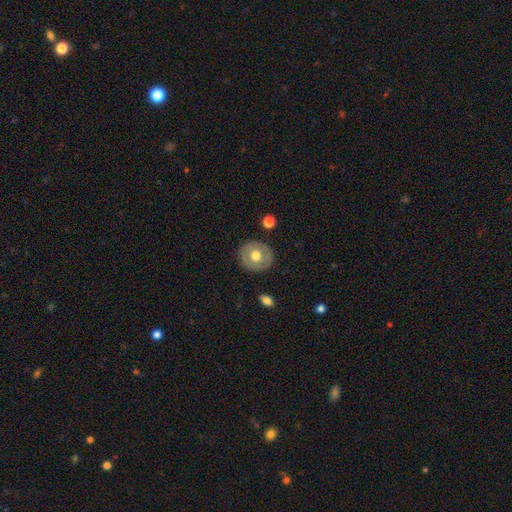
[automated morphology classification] smooth_or_featured: smooth (p=0.55) [alt: featured or disk p=0.39]
how_rounded: round (p=0.85) [alt: in between p=0.14]
merging: none (p=0.87) [alt: minor disturbance p=0.09]